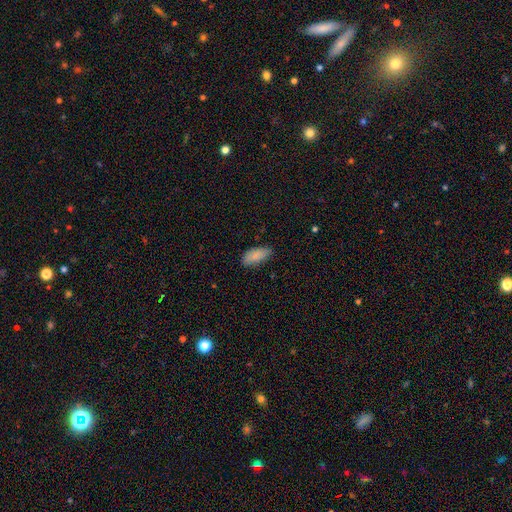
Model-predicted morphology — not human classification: type=smooth (87%); roundness=in between (88%); merging=none (77%).